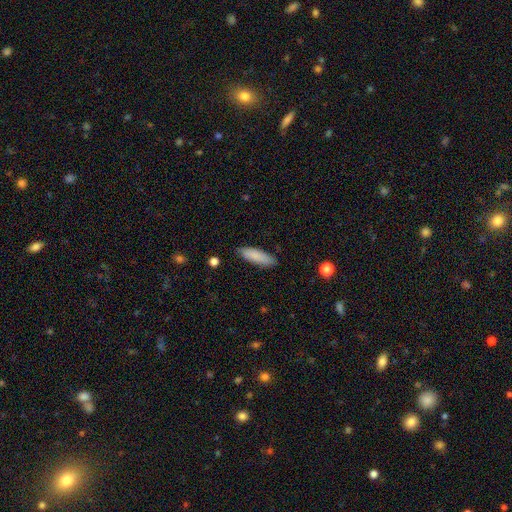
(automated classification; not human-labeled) smooth 85%, featured or disk 8%, star or artifact 6%. Down the decision tree: how rounded — cigar-shaped (53%); merging — none (84%).